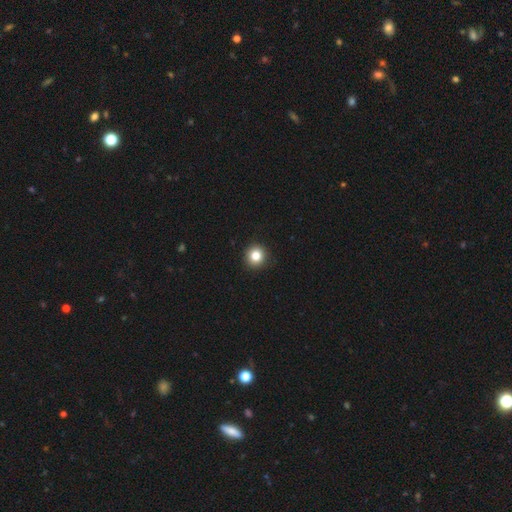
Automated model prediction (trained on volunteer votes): Overall: smooth (83%). How rounded: round (93%). Merging: none (93%).